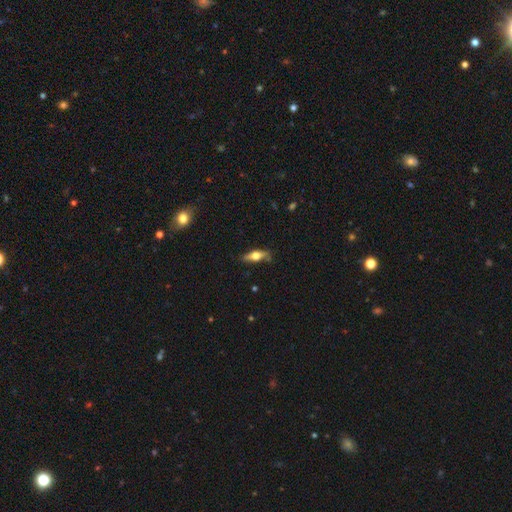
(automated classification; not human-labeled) Q: Smooth or featured?
A: featured or disk (51%); runner-up: smooth (43%)
Q: Edge-on disk?
A: yes (90%); runner-up: no (10%)
Q: Merging?
A: none (83%); runner-up: minor disturbance (13%)